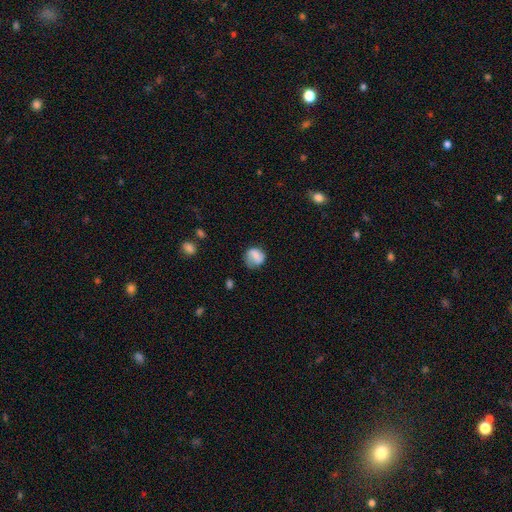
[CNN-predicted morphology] smooth_or_featured: smooth (p=0.64) [alt: featured or disk p=0.28]
how_rounded: round (p=0.77) [alt: in between p=0.22]
merging: none (p=0.61) [alt: minor disturbance p=0.26]